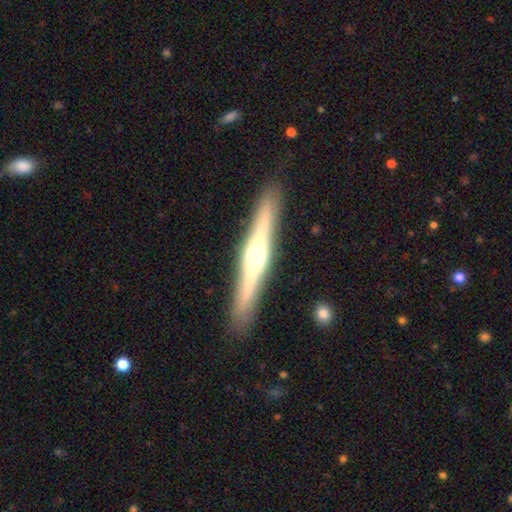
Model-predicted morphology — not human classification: The model was most divided on "smooth or featured": featured or disk: 75%, smooth: 20%, star or artifact: 5%. More confident: edge-on disk — yes (97%); merging — none (90%); edge-on bulge — rounded (88%).